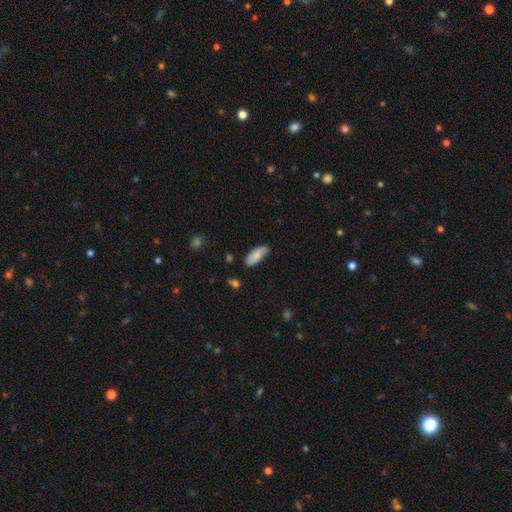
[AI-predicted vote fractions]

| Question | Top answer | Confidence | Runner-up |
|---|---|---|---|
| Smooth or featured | smooth | 77% | featured or disk (16%) |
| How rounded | in between | 81% | cigar-shaped (17%) |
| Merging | none | 71% | minor disturbance (23%) |